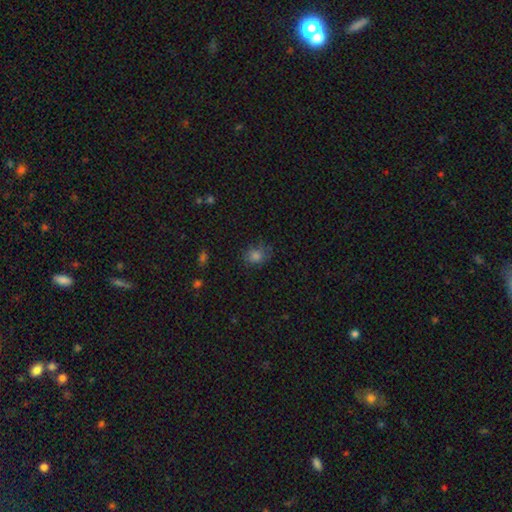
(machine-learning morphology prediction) The model was most divided on "how rounded": round: 55%, in between: 44%, cigar-shaped: 1%. More confident: smooth or featured — smooth (78%); merging — none (68%).